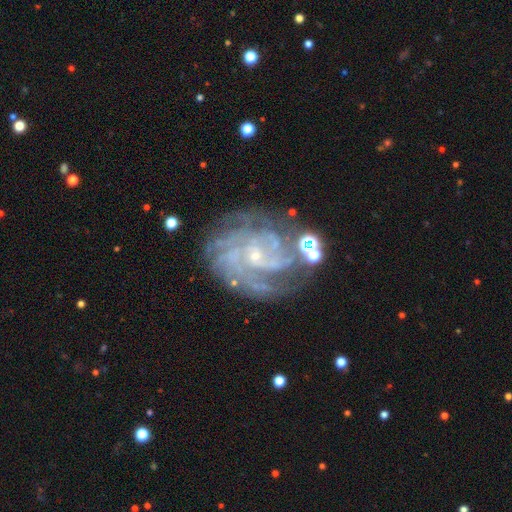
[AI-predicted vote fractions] Smooth or featured? Predicted: featured or disk (p=0.88). Edge-on disk? Predicted: no (p=0.98). Bar? Predicted: no (p=0.69). Spiral arms? Predicted: yes (p=0.97). Spiral winding? Predicted: tight (p=0.64). Spiral arm count? Predicted: 4 (p=0.26). Bulge size? Predicted: small (p=0.86). Merging? Predicted: none (p=0.69).